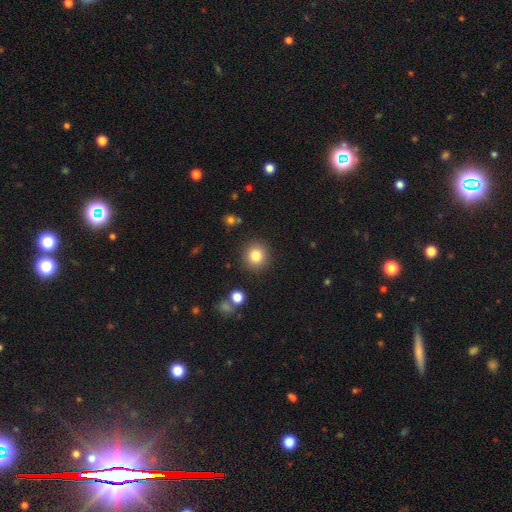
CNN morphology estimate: Overall: smooth (83%). How rounded: round (91%). Merging: none (89%).